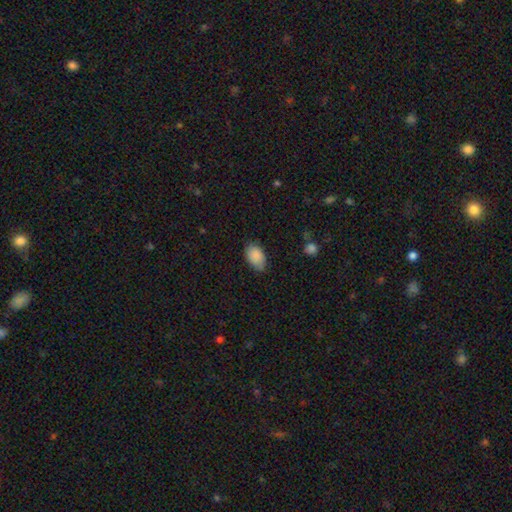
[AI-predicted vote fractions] Smooth or featured?
  - smooth: 88% *
  - star or artifact: 7%
  - featured or disk: 5%
How rounded?
  - in between: 90% *
  - round: 9%
  - cigar-shaped: 1%
Merging?
  - none: 73% *
  - minor disturbance: 22%
  - major disturbance: 4%
  - merger: 1%